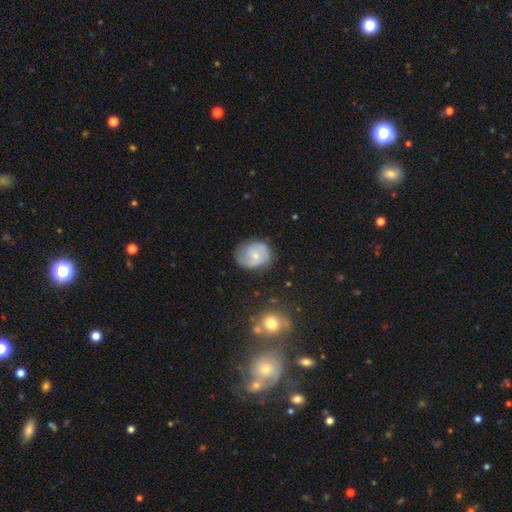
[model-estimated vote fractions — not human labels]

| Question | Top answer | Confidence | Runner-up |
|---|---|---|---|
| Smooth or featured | featured or disk | 50% | smooth (42%) |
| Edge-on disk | no | 97% | yes (3%) |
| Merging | none | 68% | minor disturbance (23%) |